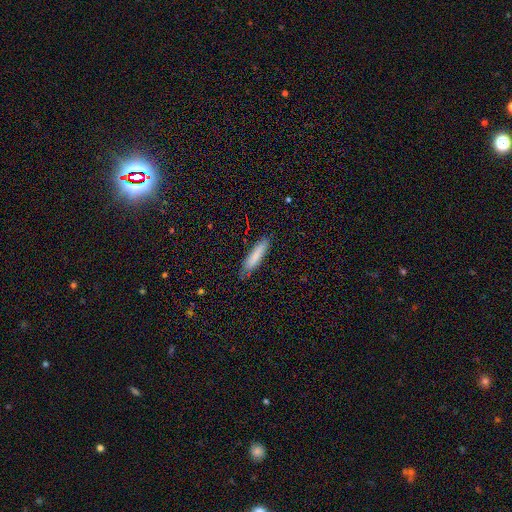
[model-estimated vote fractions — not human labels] Morphology: type=smooth (84%); roundness=cigar-shaped (80%); merging=none (83%).